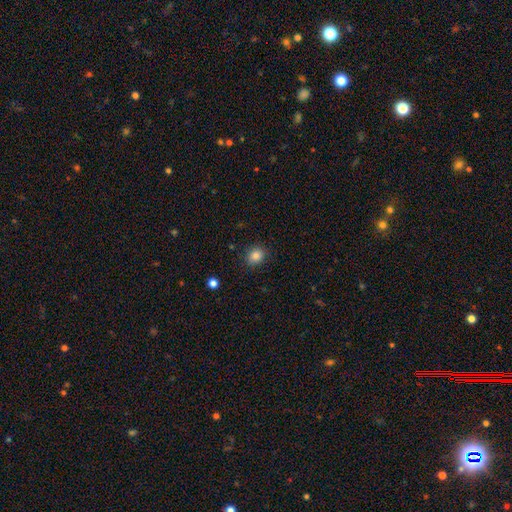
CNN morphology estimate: Smooth or featured: smooth — 84% (star or artifact — 11%)
How rounded: round — 66% (in between — 33%)
Merging: none — 86% (minor disturbance — 10%)